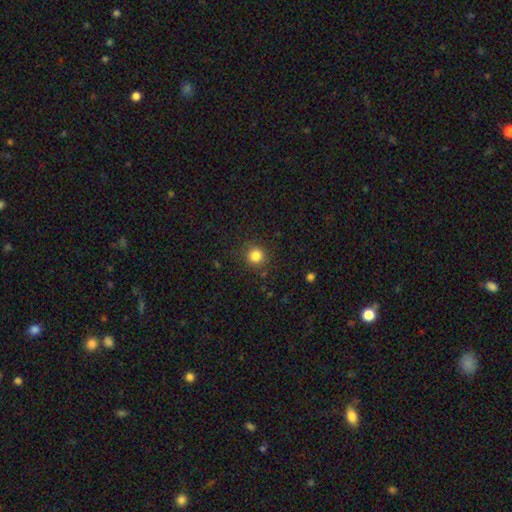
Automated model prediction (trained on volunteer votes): smooth 83%, star or artifact 12%, featured or disk 5%. Down the decision tree: how rounded — round (92%); merging — none (88%).